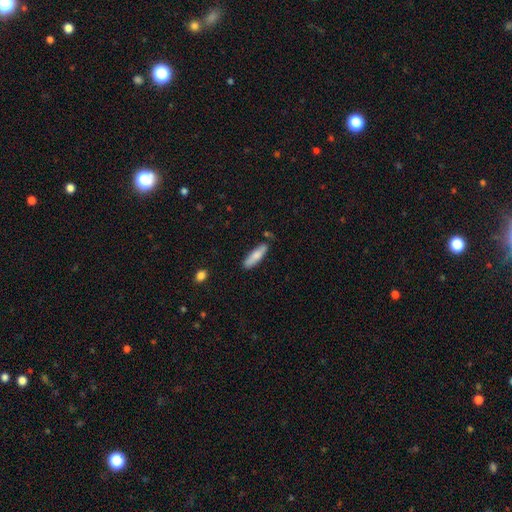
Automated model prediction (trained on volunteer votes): Smooth or featured?
  - smooth: 79% *
  - featured or disk: 16%
  - star or artifact: 6%
How rounded?
  - cigar-shaped: 64% *
  - in between: 34%
  - round: 2%
Merging?
  - none: 77% *
  - minor disturbance: 16%
  - merger: 4%
  - major disturbance: 3%